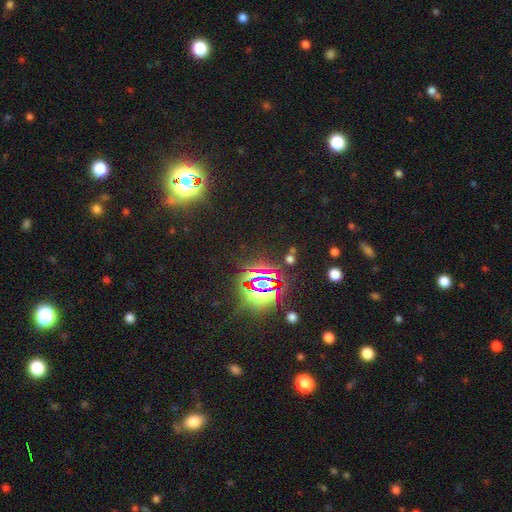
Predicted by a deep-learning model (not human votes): smooth_or_featured: star or artifact (p=0.82) [alt: smooth p=0.11]